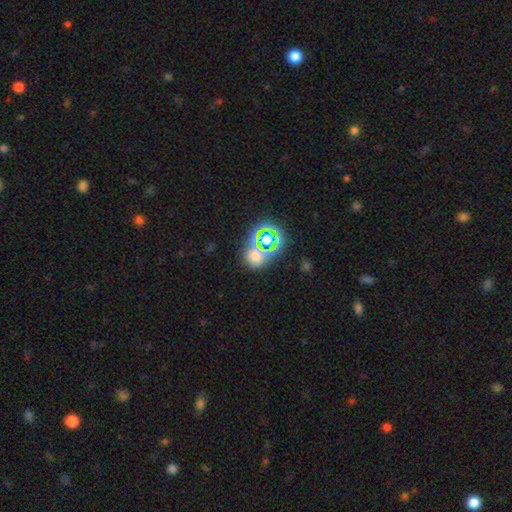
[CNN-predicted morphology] The model was most divided on "smooth or featured": smooth: 48%, star or artifact: 42%, featured or disk: 9%. More confident: merging — none (60%).